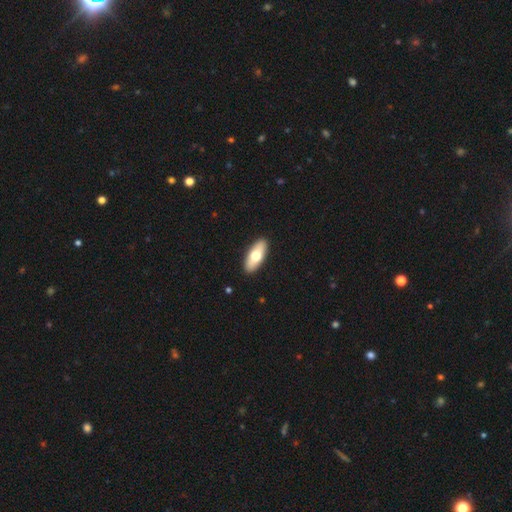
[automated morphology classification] This is likely a smooth galaxy (67%). How rounded: likely in between (78%). Merging: clearly none (91%).